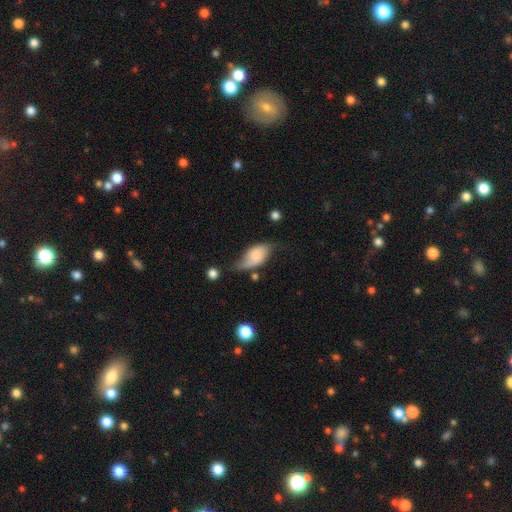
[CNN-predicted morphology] smooth-or-featured: smooth: 55% | featured or disk: 37% | star or artifact: 8%
  how-rounded: in between: 89% | round: 6% | cigar-shaped: 5%
  merging: none: 38% (tied) | minor disturbance: 38% (tied) | major disturbance: 18% | merger: 6%